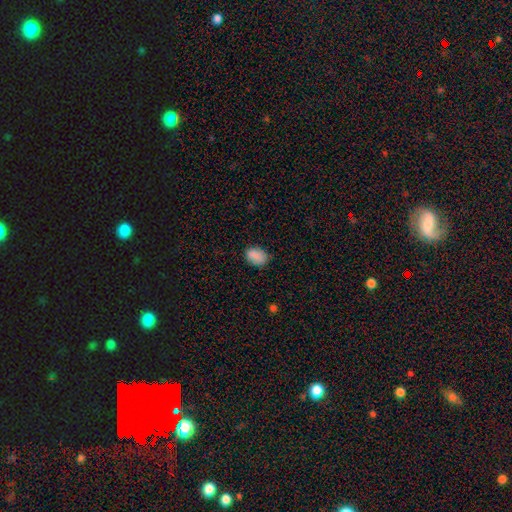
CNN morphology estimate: Smooth or featured?
  - smooth: 87% *
  - star or artifact: 9%
  - featured or disk: 4%
How rounded?
  - in between: 78% *
  - round: 20%
  - cigar-shaped: 1%
Merging?
  - none: 75% *
  - minor disturbance: 20%
  - major disturbance: 4%
  - merger: 1%